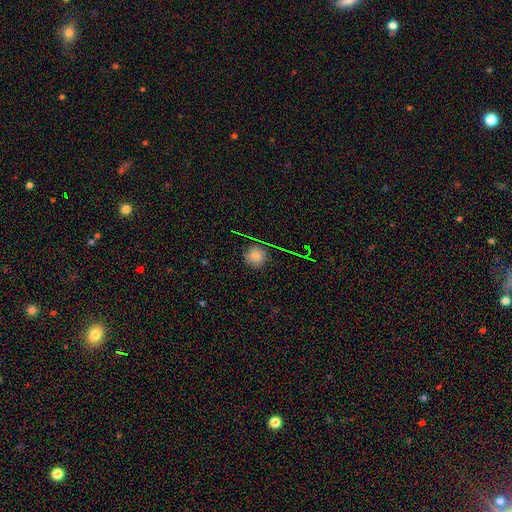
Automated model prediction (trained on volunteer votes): Q: Smooth or featured?
A: smooth (71%); runner-up: star or artifact (18%)
Q: How rounded?
A: round (93%); runner-up: in between (5%)
Q: Merging?
A: none (84%); runner-up: minor disturbance (12%)